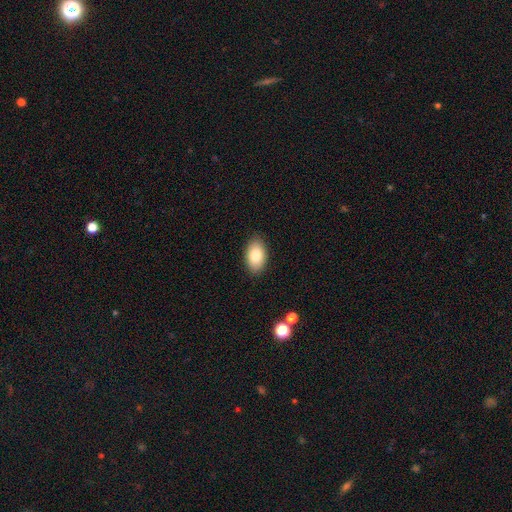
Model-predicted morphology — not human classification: Smooth or featured? Predicted: smooth (p=0.83). How rounded? Predicted: in between (p=0.93). Merging? Predicted: none (p=0.88).